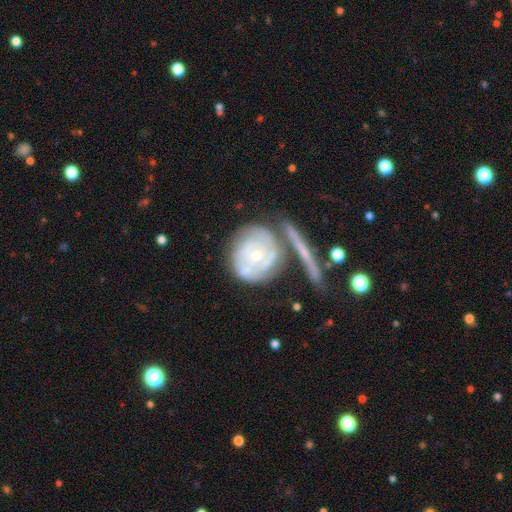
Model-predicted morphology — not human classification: This appears to be a featured or disk galaxy (72%) with no bar (81%), spiral arms (74%) and a small central bulge (57%). Merging: none (54%).